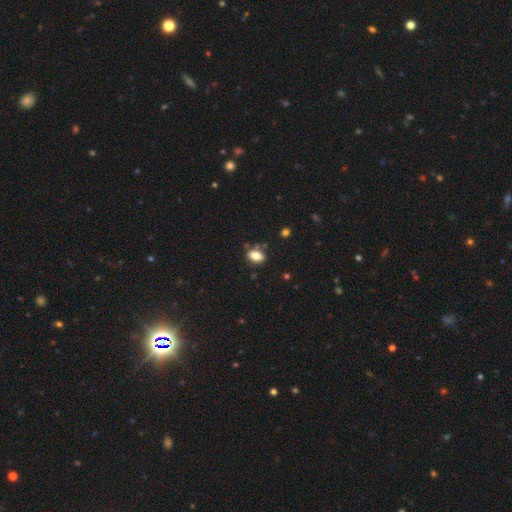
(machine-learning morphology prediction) type=smooth (83%); roundness=in between (86%); merging=none (75%).